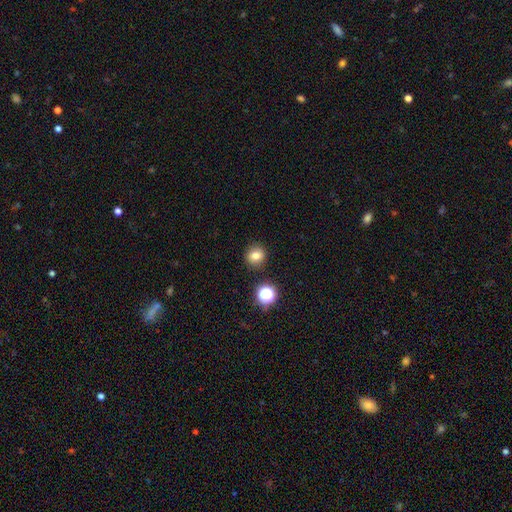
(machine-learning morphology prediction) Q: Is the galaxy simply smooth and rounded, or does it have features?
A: smooth — 77%.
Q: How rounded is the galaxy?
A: round — 82%.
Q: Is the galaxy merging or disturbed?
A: none — 87%.